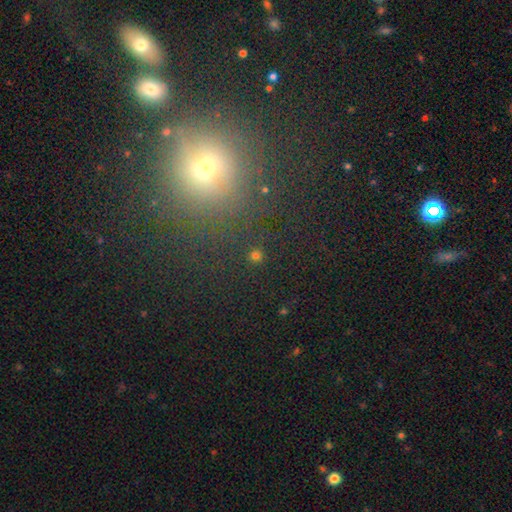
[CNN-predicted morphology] This appears to be a smooth galaxy with no disk features (70%) that is round (94%). Merging: none (89%).